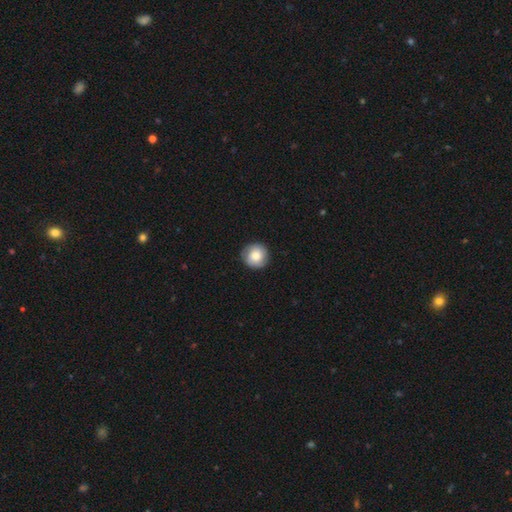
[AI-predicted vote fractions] Morphology: type=smooth (72%); roundness=round (94%); merging=none (86%).